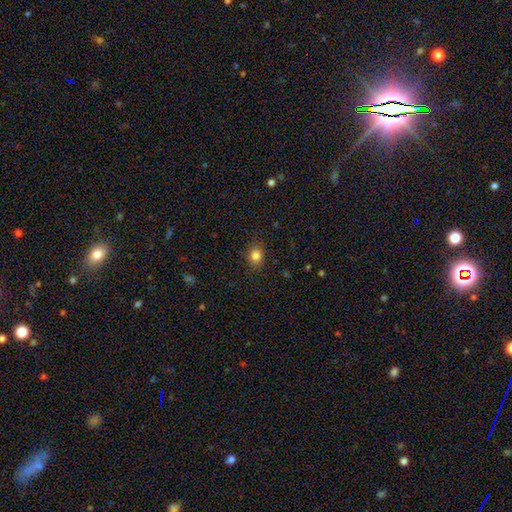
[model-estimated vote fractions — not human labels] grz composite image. It shows a smooth galaxy with no disk features (83%) that is round (67%). Merging: none (84%).